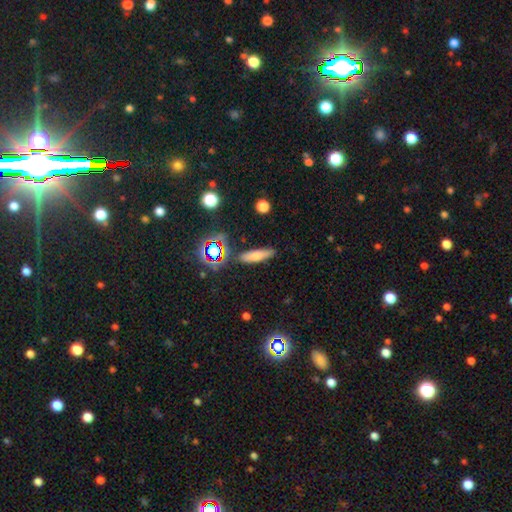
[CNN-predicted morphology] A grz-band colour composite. It shows a smooth galaxy with no disk features (67%) that is cigar-shaped (65%). Merging: none (82%).